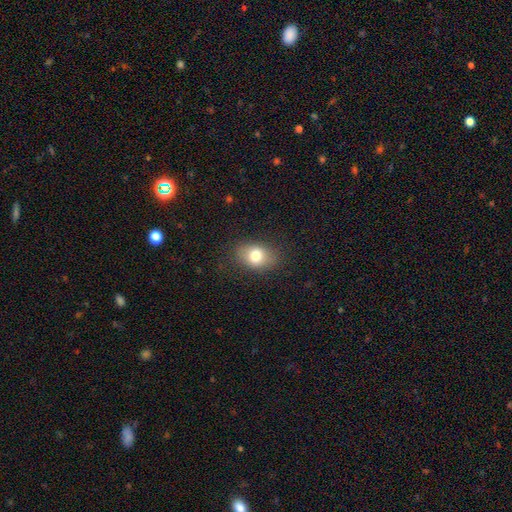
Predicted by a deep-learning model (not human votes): The model was most divided on "how rounded": in between: 73%, round: 26%, cigar-shaped: 1%. More confident: merging — none (83%); smooth or featured — smooth (77%).